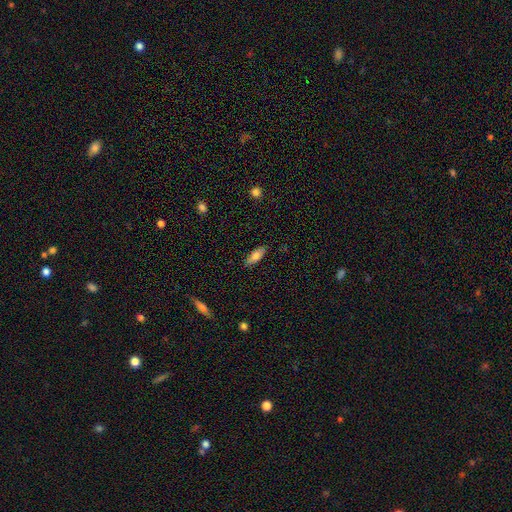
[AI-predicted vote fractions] Smooth or featured?
  - smooth: 77% *
  - featured or disk: 16%
  - star or artifact: 7%
How rounded?
  - in between: 71% *
  - cigar-shaped: 27%
  - round: 2%
Merging?
  - none: 86% *
  - minor disturbance: 11%
  - major disturbance: 2%
  - merger: 1%